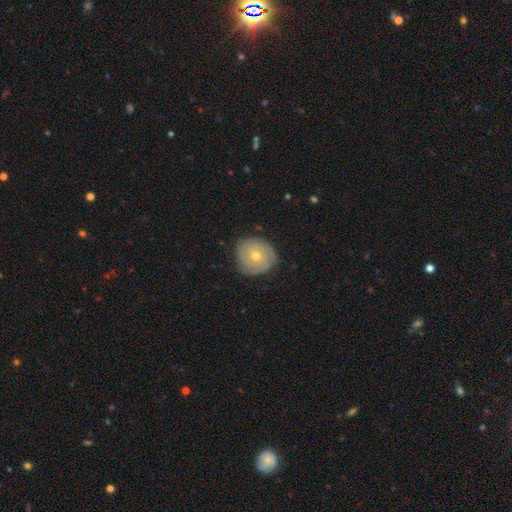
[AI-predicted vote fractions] This appears to be a featured or disk galaxy (63%) with no bar (85%), tight (78%) spiral arms (83%) and a moderate central bulge (51%). Merging: none (80%).